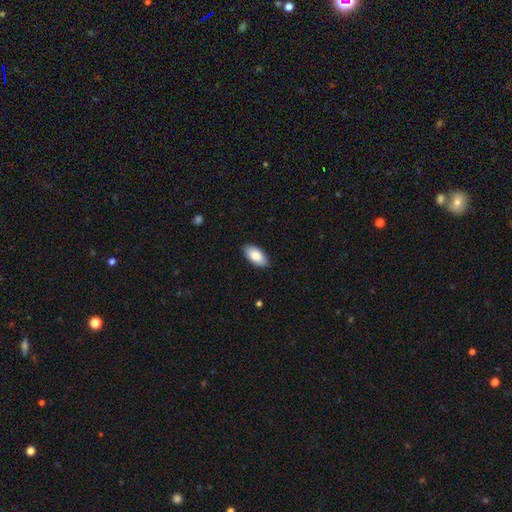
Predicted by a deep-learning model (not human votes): Smooth or featured?
  - smooth: 84% *
  - featured or disk: 9%
  - star or artifact: 6%
How rounded?
  - in between: 94% *
  - cigar-shaped: 4%
  - round: 2%
Merging?
  - none: 89% *
  - minor disturbance: 8%
  - major disturbance: 2%
  - merger: 1%